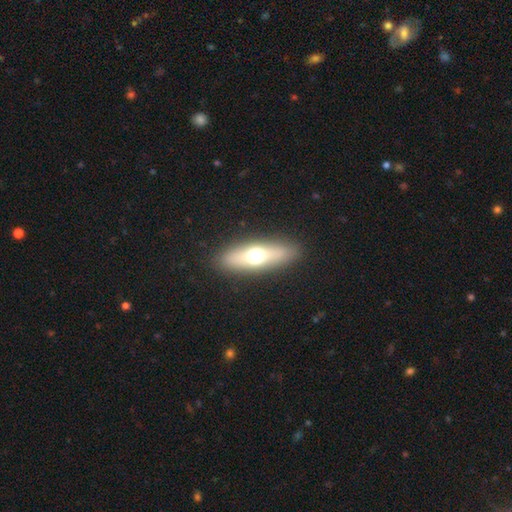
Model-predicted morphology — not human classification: Smooth or featured? Predicted: smooth (p=0.53). How rounded? Predicted: cigar-shaped (p=0.48). Merging? Predicted: none (p=0.88).